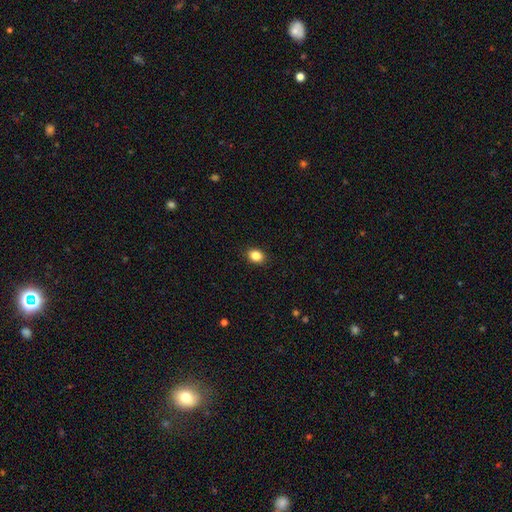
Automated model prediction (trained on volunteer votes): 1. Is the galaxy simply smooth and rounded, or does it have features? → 85% smooth, 10% star or artifact, 5% featured or disk.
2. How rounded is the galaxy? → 50% in between, 49% round, 1% cigar-shaped.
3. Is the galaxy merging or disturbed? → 90% none, 7% minor disturbance, 2% major disturbance, 1% merger.